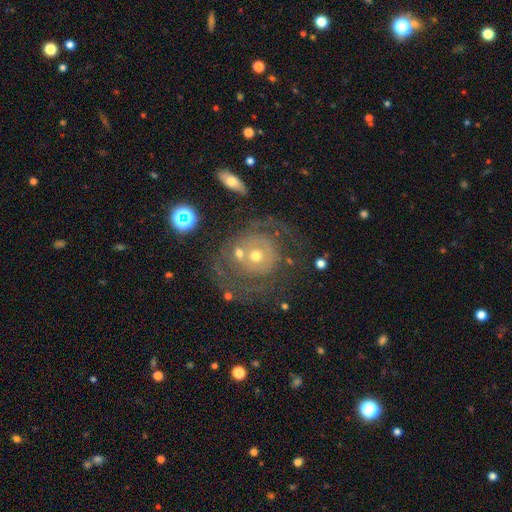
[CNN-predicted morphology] Smooth or featured? Predicted: featured or disk (p=0.68). Edge-on disk? Predicted: no (p=0.97). Bar? Predicted: no (p=0.85). Spiral arms? Predicted: yes (p=0.63). Bulge size? Predicted: moderate (p=0.50). Merging? Predicted: none (p=0.52).